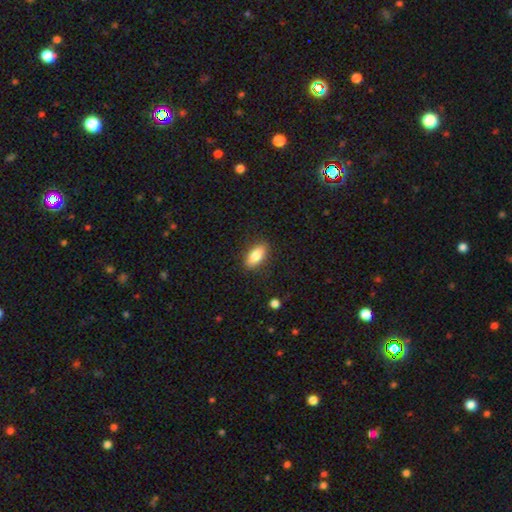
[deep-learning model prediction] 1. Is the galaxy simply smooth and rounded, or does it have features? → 82% smooth, 11% featured or disk, 7% star or artifact.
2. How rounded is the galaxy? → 86% in between, 10% cigar-shaped, 4% round.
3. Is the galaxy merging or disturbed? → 87% none, 9% minor disturbance, 3% major disturbance, 1% merger.